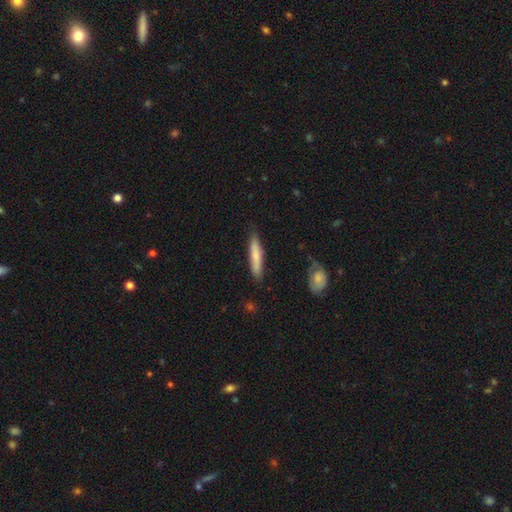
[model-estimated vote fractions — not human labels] Overall: smooth (76%). How rounded: cigar-shaped (89%). Merging: none (82%).